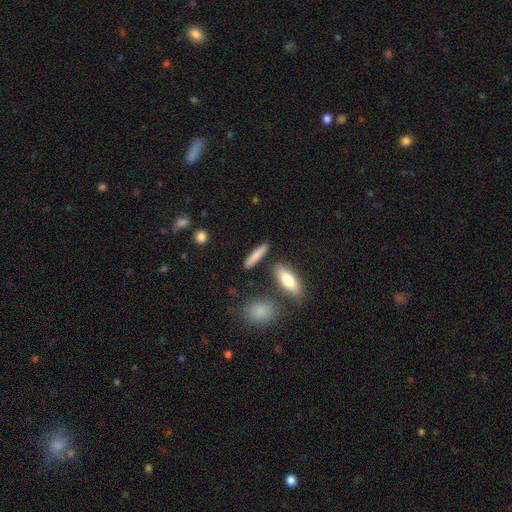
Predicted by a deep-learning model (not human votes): A smooth galaxy with no disk features (78%) that is cigar-shaped (81%).

Vote fractions:
- Smooth or featured? smooth: 78% / featured or disk: 15% / star or artifact: 6%
- How rounded? cigar-shaped: 81% / in between: 16% / round: 3%
- Merging? none: 84% / minor disturbance: 9% / merger: 4% / major disturbance: 3%